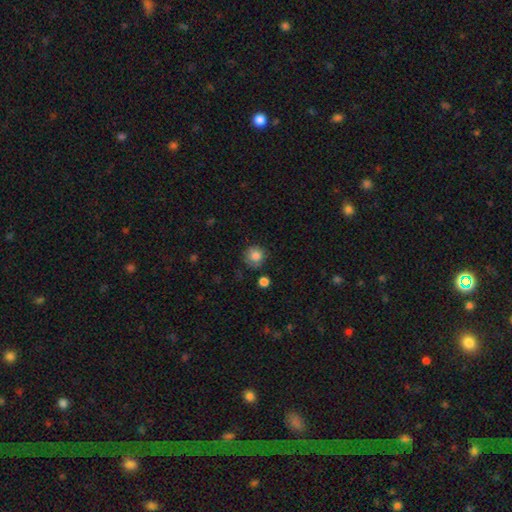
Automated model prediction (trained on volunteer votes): Smooth or featured?
  - smooth: 84% *
  - star or artifact: 10%
  - featured or disk: 6%
How rounded?
  - round: 91% *
  - in between: 8%
  - cigar-shaped: 1%
Merging?
  - none: 77% *
  - minor disturbance: 15%
  - major disturbance: 4%
  - merger: 3%